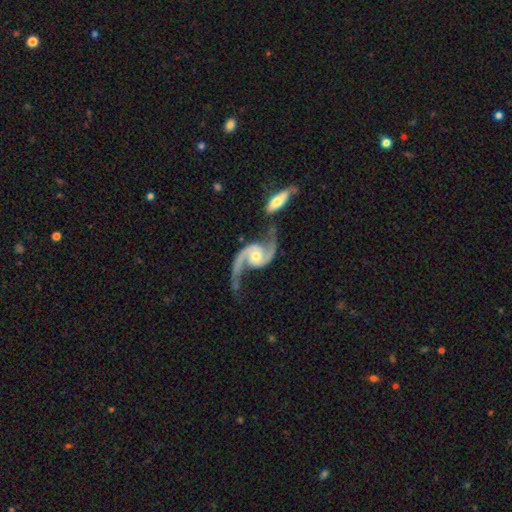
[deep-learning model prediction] Morphology: type=featured or disk (93%); edge-on=no (98%); bar=no (61%); spiral arms=yes (98%); winding=loose (57%); arm count=2 (94%); bulge=moderate (53%); merging=none (51%).